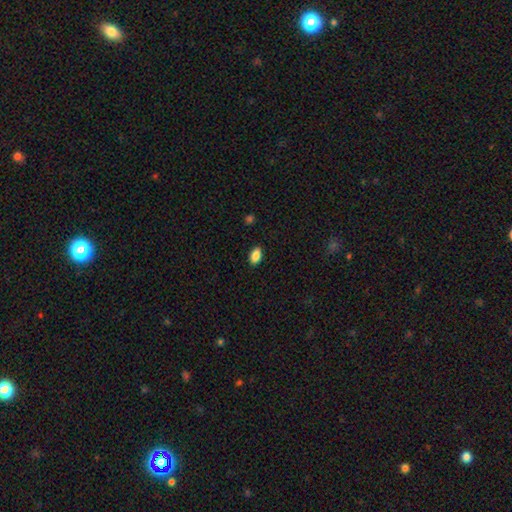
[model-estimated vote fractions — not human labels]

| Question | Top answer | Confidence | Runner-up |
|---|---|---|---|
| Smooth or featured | smooth | 88% | star or artifact (8%) |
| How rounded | in between | 91% | round (6%) |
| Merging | none | 88% | minor disturbance (9%) |